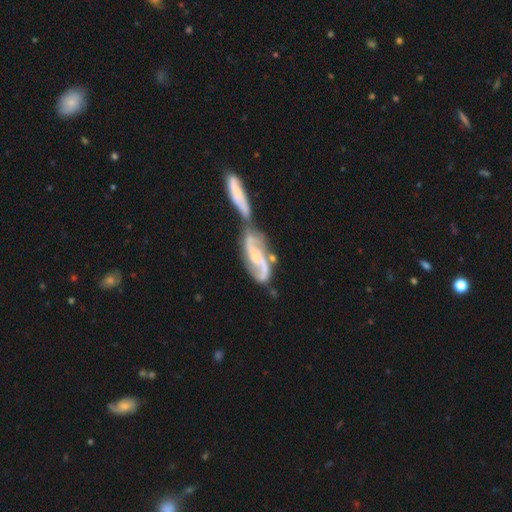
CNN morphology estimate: Smooth or featured? Predicted: featured or disk (p=0.84). Edge-on disk? Predicted: no (p=0.93). Bar? Predicted: no (p=0.46). Spiral arms? Predicted: yes (p=0.95). Spiral winding? Predicted: medium (p=0.42). Spiral arm count? Predicted: 2 (p=0.86). Bulge size? Predicted: small (p=0.58). Merging? Predicted: merger (p=0.61).